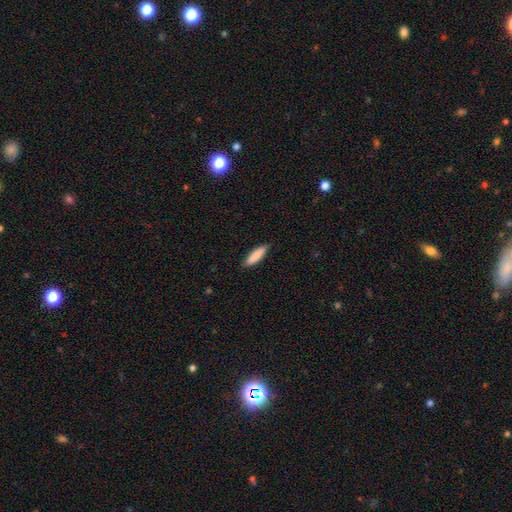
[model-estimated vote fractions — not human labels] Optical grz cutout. It shows a smooth galaxy with no disk features (86%) that is cigar-shaped (63%). Merging: none (85%).